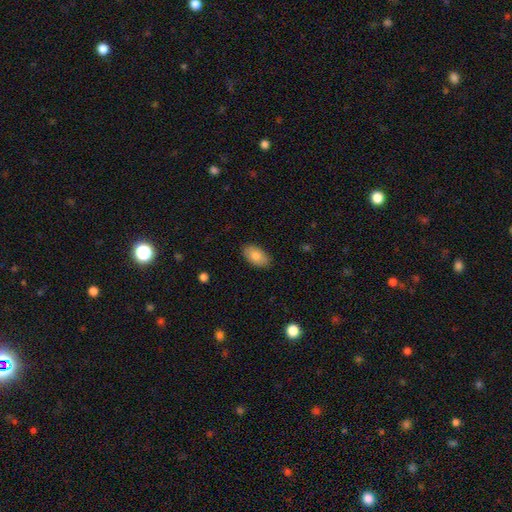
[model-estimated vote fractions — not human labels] smooth 80%, featured or disk 13%, star or artifact 6%. Down the decision tree: how rounded — in between (94%); merging — none (87%).